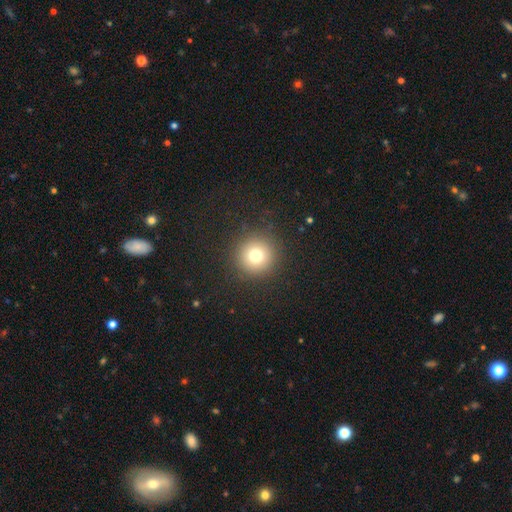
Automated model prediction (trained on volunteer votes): Smooth or featured? Predicted: smooth (p=0.75). How rounded? Predicted: round (p=0.95). Merging? Predicted: none (p=0.91).